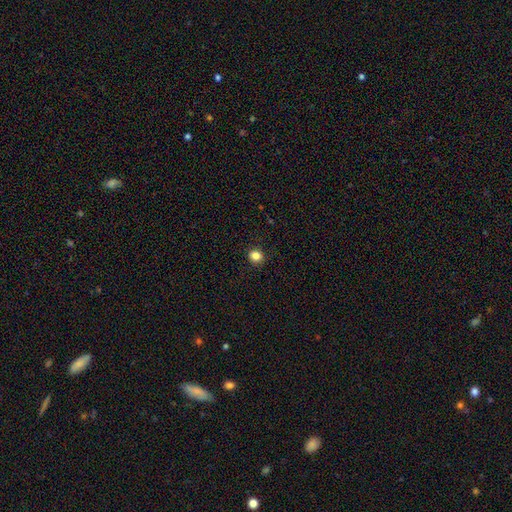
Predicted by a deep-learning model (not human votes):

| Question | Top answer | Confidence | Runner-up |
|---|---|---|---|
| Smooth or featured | smooth | 84% | star or artifact (12%) |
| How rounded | round | 79% | in between (20%) |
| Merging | none | 90% | minor disturbance (7%) |